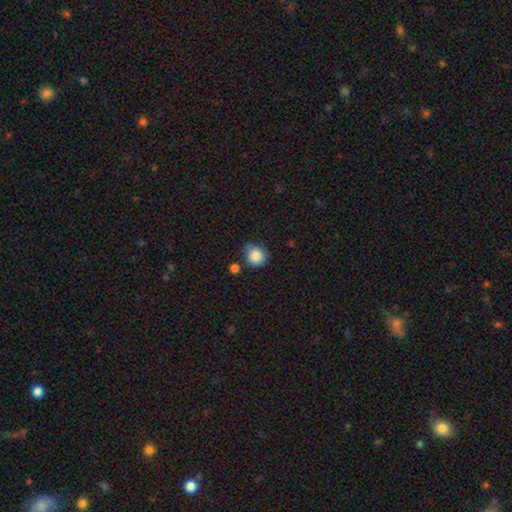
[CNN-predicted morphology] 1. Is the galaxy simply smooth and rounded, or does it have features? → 87% smooth, 9% star or artifact, 4% featured or disk.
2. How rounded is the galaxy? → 87% round, 12% in between, 1% cigar-shaped.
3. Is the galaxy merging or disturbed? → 69% none, 19% minor disturbance, 7% merger, 4% major disturbance.